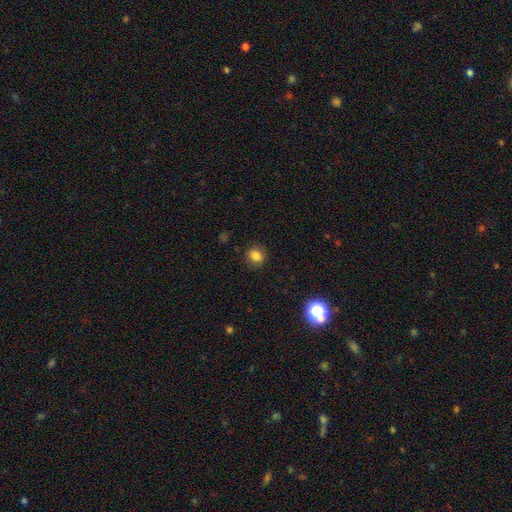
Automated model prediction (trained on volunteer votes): smooth_or_featured: smooth (p=0.82) [alt: star or artifact p=0.12]
how_rounded: round (p=0.81) [alt: in between p=0.18]
merging: none (p=0.87) [alt: minor disturbance p=0.09]